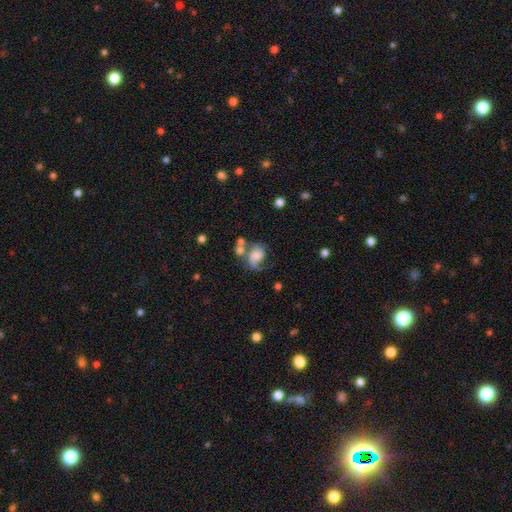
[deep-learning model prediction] smooth-or-featured: featured or disk: 53% | smooth: 38% | star or artifact: 10%
  disk-edge-on: no: 97% | yes: 3%
    bar: no: 70% | weak: 24% | strong: 6%
    has-spiral-arms: yes: 80% | no: 20%
    bulge-size: none: 29% | large: 27% | moderate: 21% | small: 15% | dominant: 8%
  merging: major disturbance: 33% | none: 28% | merger: 21% | minor disturbance: 18%